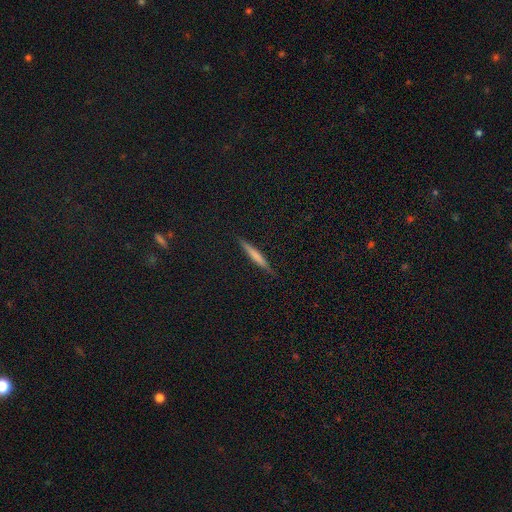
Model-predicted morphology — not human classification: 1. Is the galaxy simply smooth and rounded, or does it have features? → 61% smooth, 32% featured or disk, 7% star or artifact.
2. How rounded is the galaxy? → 94% cigar-shaped, 4% in between, 2% round.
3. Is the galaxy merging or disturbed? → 88% none, 9% minor disturbance, 2% major disturbance, 1% merger.